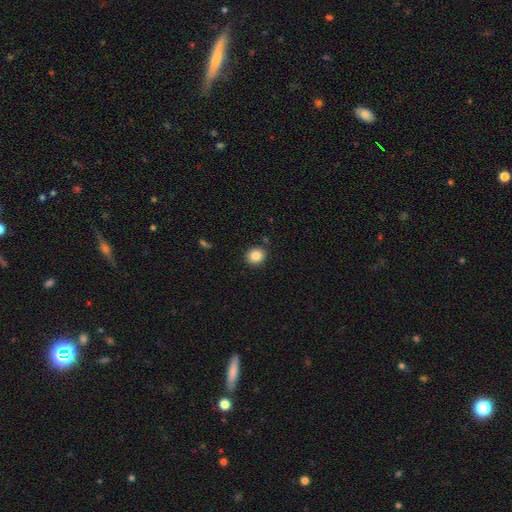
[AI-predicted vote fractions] A smooth galaxy with no disk features (85%) that is round (79%). Merging: none (88%).